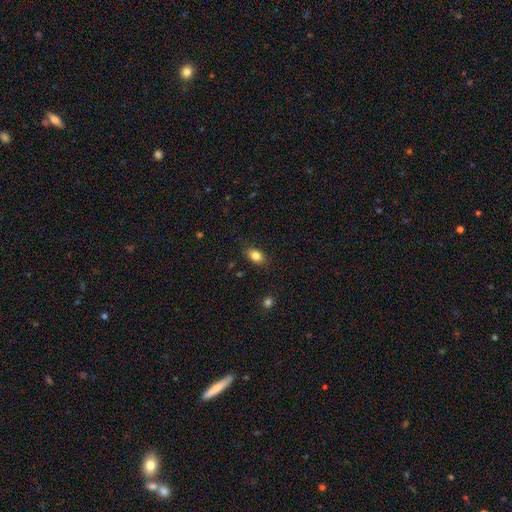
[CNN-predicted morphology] smooth-or-featured: smooth: 83% | star or artifact: 9% | featured or disk: 8%
  how-rounded: in between: 82% | round: 16% | cigar-shaped: 2%
  merging: none: 85% | minor disturbance: 11% | major disturbance: 3% | merger: 1%